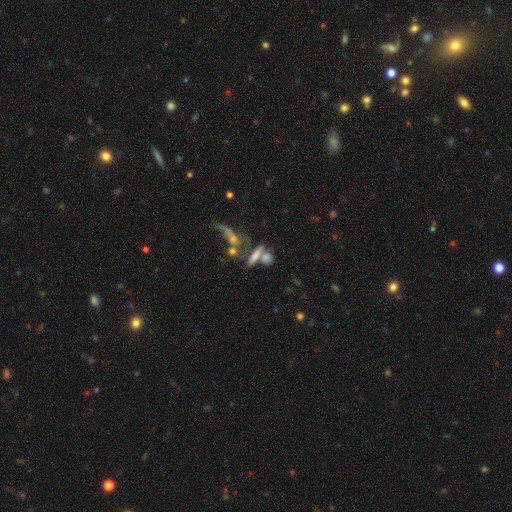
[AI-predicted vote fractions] Morphology: type=smooth (48%); merging=merger (46%).